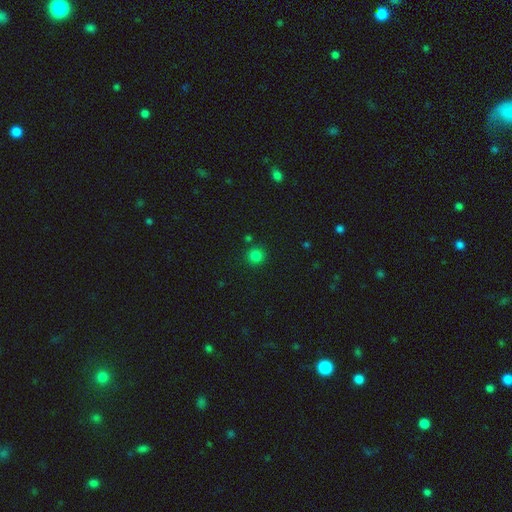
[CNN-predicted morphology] This is clearly a smooth galaxy (81%). How rounded: clearly round (93%). Merging: clearly none (86%).